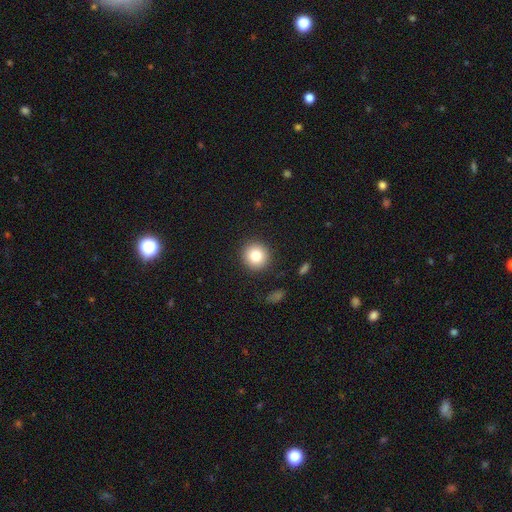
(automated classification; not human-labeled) smooth 82%, star or artifact 10%, featured or disk 8%. Down the decision tree: how rounded — round (93%); merging — none (90%).